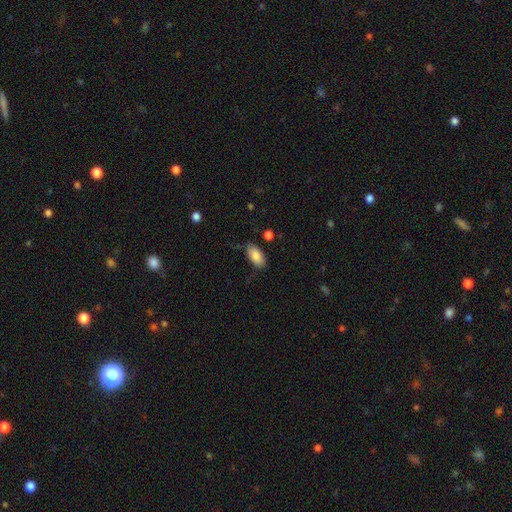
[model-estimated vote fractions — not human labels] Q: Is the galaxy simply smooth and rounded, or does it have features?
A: smooth — 85%.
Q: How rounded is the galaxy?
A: in between — 93%.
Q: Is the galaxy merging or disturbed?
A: none — 78%.